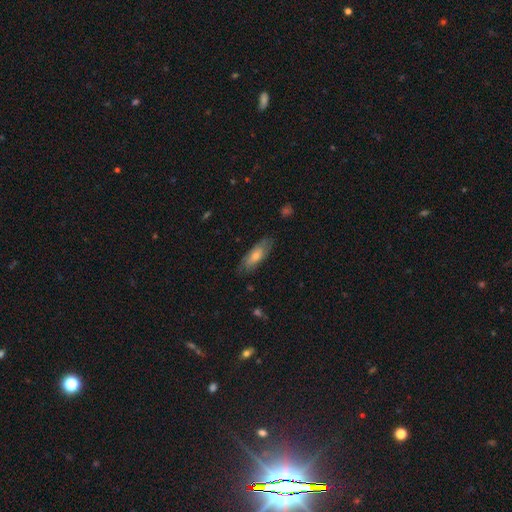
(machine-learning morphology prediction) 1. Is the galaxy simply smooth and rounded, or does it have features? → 69% smooth, 25% featured or disk, 6% star or artifact.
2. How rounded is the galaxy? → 62% in between, 36% cigar-shaped, 2% round.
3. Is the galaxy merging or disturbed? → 77% none, 18% minor disturbance, 4% major disturbance, 1% merger.